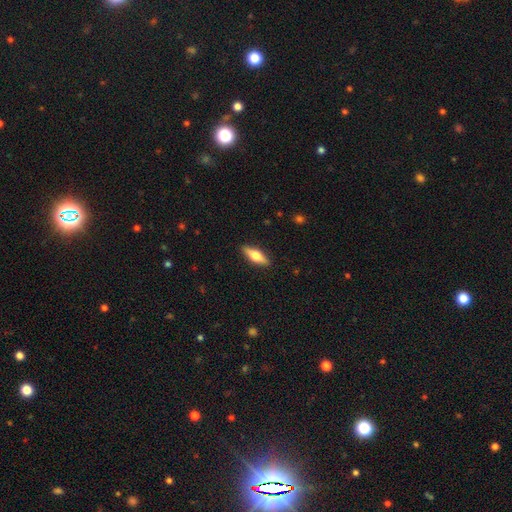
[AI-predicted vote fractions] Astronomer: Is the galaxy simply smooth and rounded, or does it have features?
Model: smooth — 49% (runner-up: featured or disk, 45%).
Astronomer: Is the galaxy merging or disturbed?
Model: none — 89%.